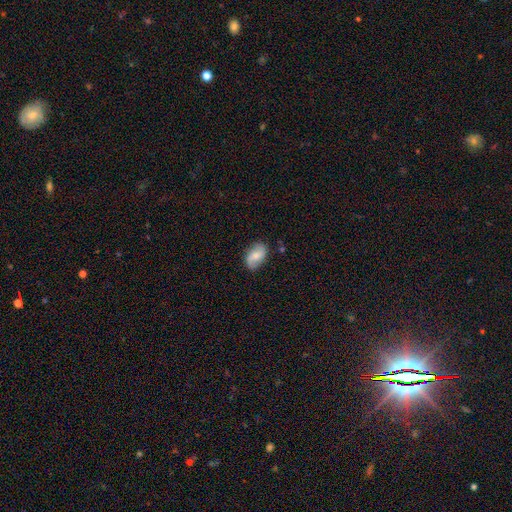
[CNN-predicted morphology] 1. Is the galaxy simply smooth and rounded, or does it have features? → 47% featured or disk, 46% smooth, 7% star or artifact.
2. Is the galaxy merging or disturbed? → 76% none, 18% minor disturbance, 4% major disturbance, 2% merger.